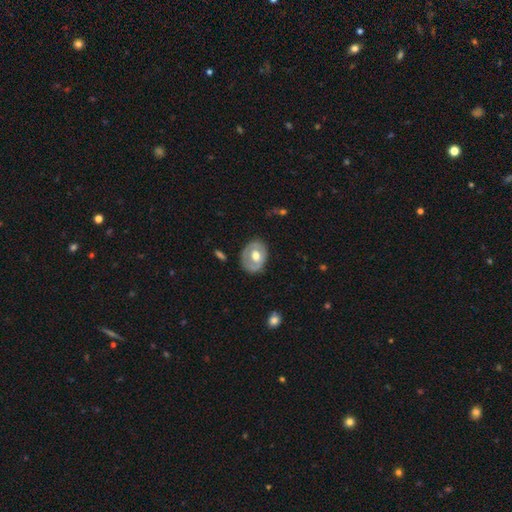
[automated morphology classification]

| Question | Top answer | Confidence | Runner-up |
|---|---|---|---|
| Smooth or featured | featured or disk | 50% | smooth (45%) |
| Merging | none | 75% | minor disturbance (18%) |